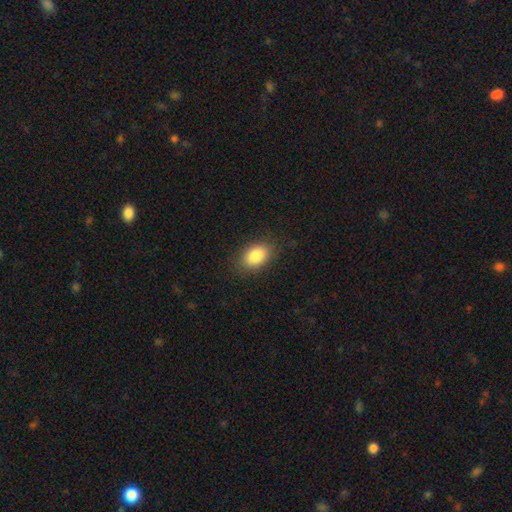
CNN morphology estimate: A smooth galaxy with no disk features (86%) that is in between round and cigar-shaped (86%).

Vote fractions:
- Smooth or featured? smooth: 86% / star or artifact: 8% / featured or disk: 6%
- How rounded? in between: 86% / round: 13% / cigar-shaped: 1%
- Merging? none: 85% / minor disturbance: 10% / major disturbance: 3% / merger: 1%